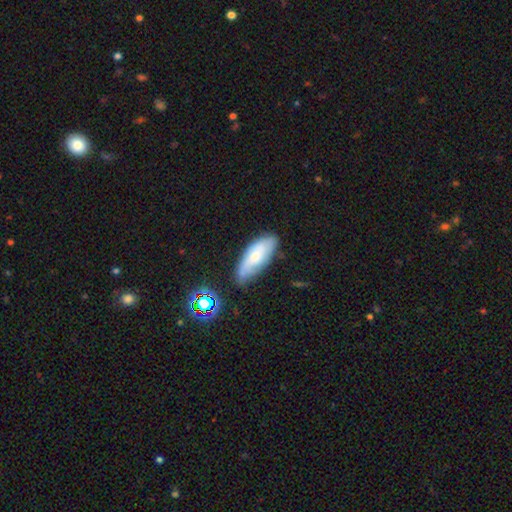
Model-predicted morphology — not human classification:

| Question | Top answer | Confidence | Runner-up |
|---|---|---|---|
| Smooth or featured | smooth | 52% | featured or disk (39%) |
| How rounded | in between | 76% | cigar-shaped (22%) |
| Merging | none | 68% | minor disturbance (24%) |